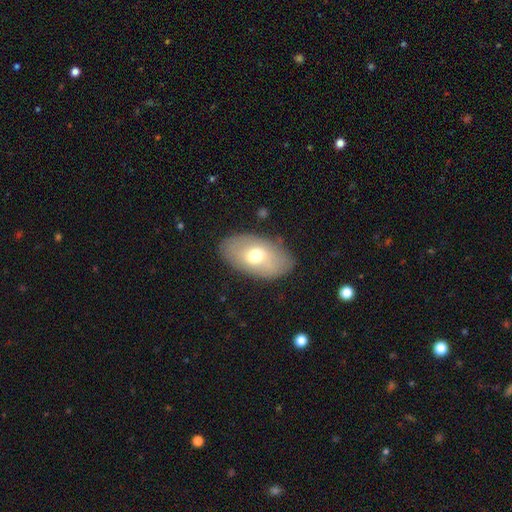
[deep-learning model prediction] The model was most divided on "smooth or featured": smooth: 58%, featured or disk: 34%, star or artifact: 8%. More confident: how rounded — in between (92%); merging — none (83%).